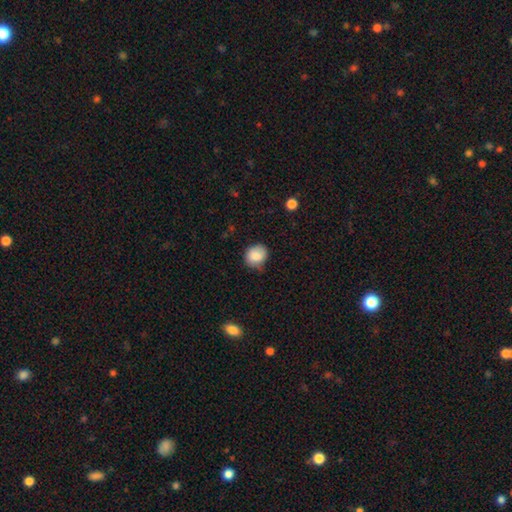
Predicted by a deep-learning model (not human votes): A smooth galaxy with no disk features (85%) that is round (72%). Merging: none (66%).